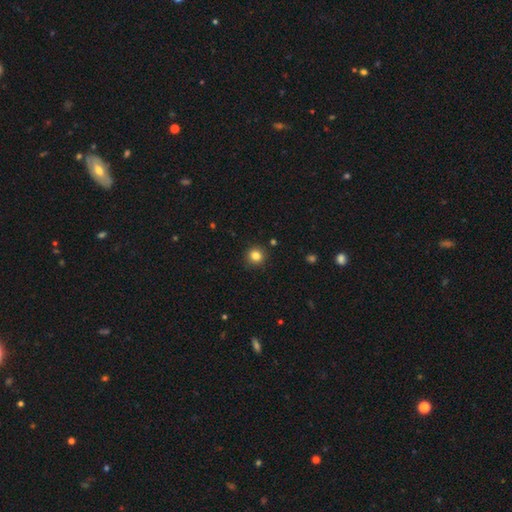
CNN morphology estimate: This is clearly a smooth galaxy (83%). How rounded: clearly round (93%). Merging: clearly none (91%).